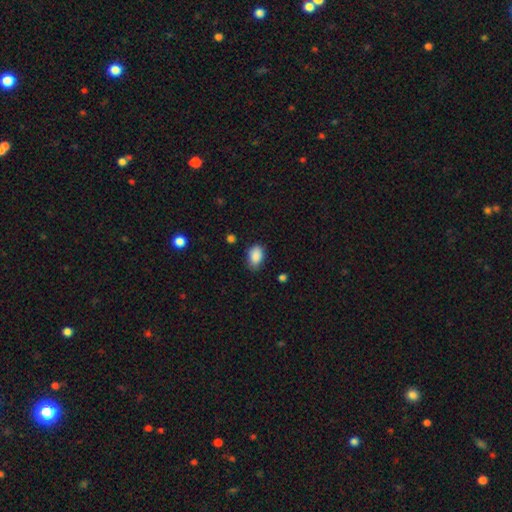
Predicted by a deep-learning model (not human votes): A smooth galaxy with no disk features (89%) that is in between round and cigar-shaped (86%).

Vote fractions:
- Smooth or featured? smooth: 89% / star or artifact: 8% / featured or disk: 4%
- How rounded? in between: 86% / round: 12% / cigar-shaped: 1%
- Merging? none: 73% / minor disturbance: 21% / major disturbance: 4% / merger: 2%